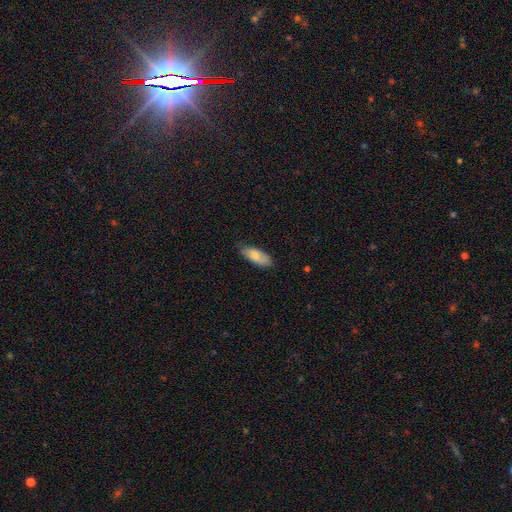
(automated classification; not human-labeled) This is clearly a smooth galaxy (83%). How rounded: likely in between (78%). Merging: likely none (75%).